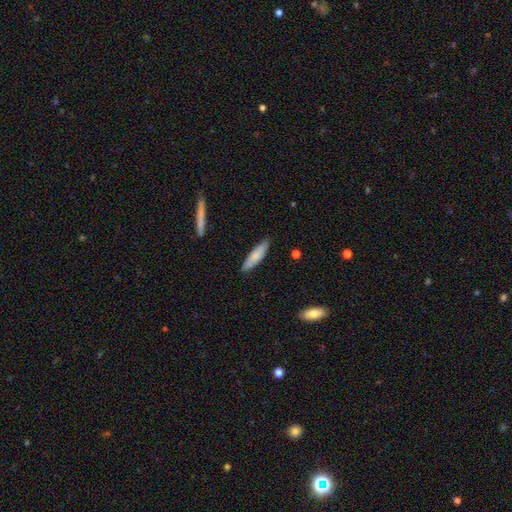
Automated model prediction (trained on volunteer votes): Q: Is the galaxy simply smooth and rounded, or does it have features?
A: smooth — 75%.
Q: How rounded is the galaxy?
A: cigar-shaped — 69%.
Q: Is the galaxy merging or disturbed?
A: none — 85%.